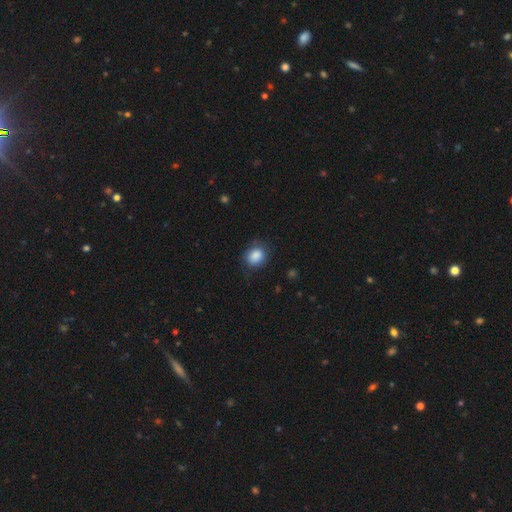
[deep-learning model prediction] The model was most divided on "how rounded": round: 58%, in between: 41%, cigar-shaped: 1%. More confident: smooth or featured — smooth (86%); merging — none (75%).